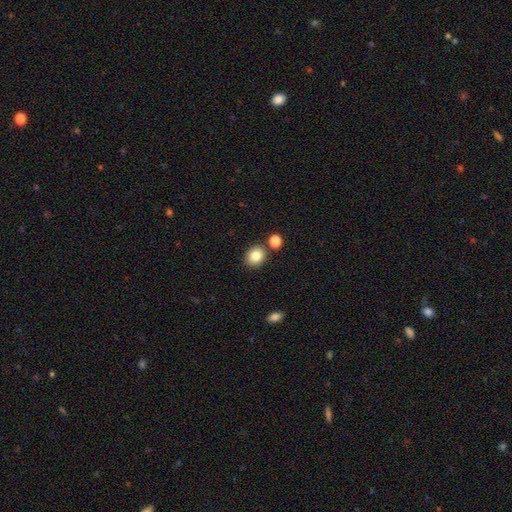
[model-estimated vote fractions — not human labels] This is clearly a smooth galaxy (84%). How rounded: likely round (67%). Merging: clearly none (80%).